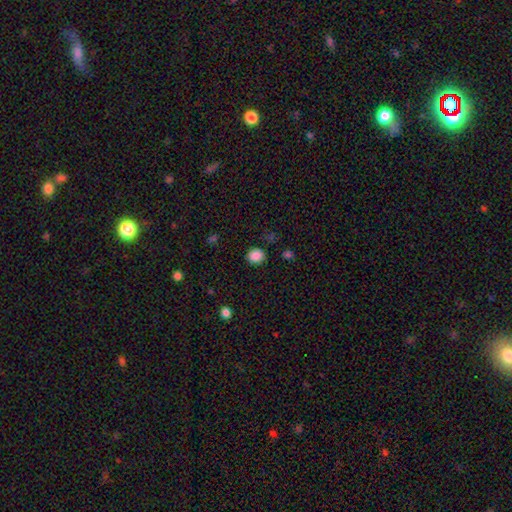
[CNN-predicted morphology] type=smooth (86%); roundness=round (75%); merging=none (85%).